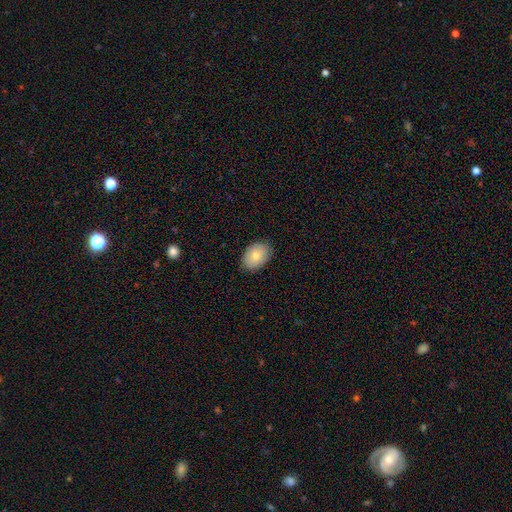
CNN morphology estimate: A smooth galaxy with no disk features (79%) that is in between round and cigar-shaped (82%). Merging: none (86%).